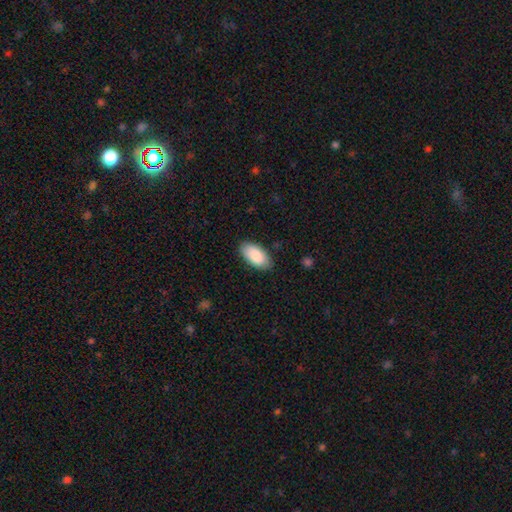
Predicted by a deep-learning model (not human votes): The model was most divided on "merging": none: 84%, minor disturbance: 13%, major disturbance: 2%, merger: 1%. More confident: how rounded — in between (95%); smooth or featured — smooth (87%).